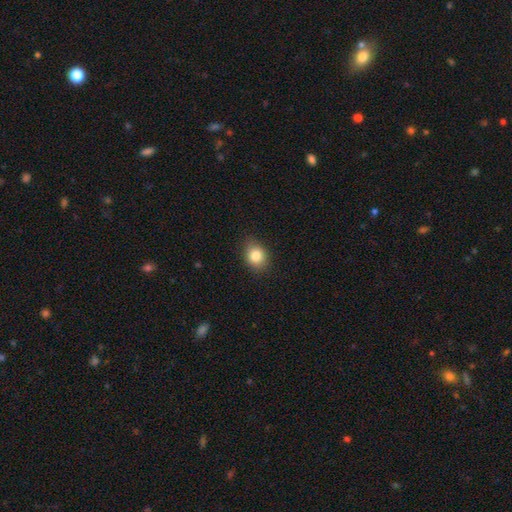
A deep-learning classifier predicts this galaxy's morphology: A smooth galaxy with no disk features (83%) that is in between round and cigar-shaped (53%).

Vote fractions:
- Smooth or featured? smooth: 83% / star or artifact: 10% / featured or disk: 7%
- How rounded? in between: 53% / round: 45% / cigar-shaped: 1%
- Merging? none: 84% / minor disturbance: 12% / major disturbance: 2% / merger: 1%